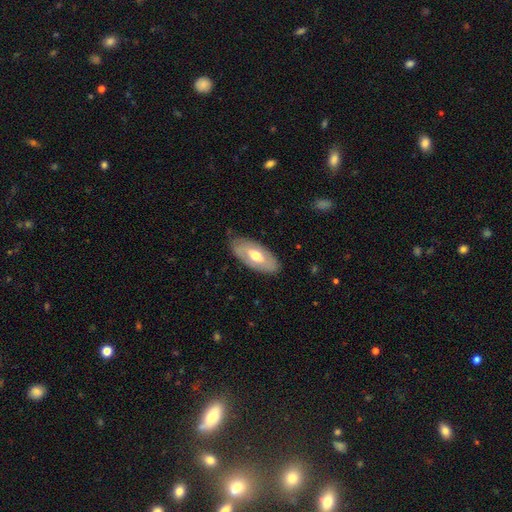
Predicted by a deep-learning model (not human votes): Smooth or featured? Predicted: smooth (p=0.48). Merging? Predicted: none (p=0.83).